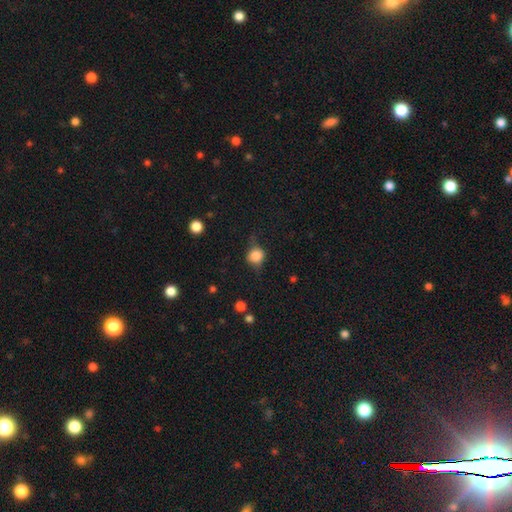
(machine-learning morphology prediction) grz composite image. It shows a smooth galaxy with no disk features (75%) that is round (81%). Merging: none (65%).